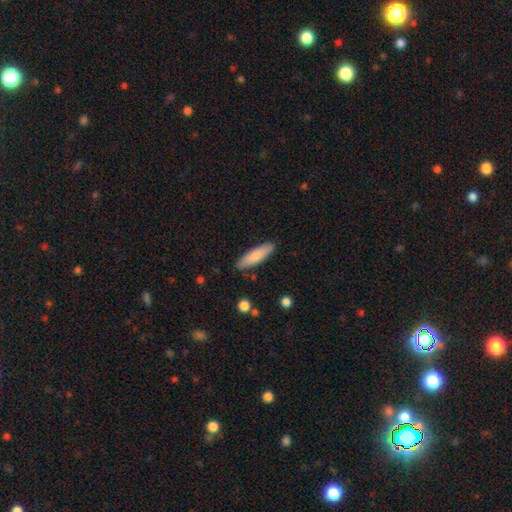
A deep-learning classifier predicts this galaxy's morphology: Smooth or featured? smooth (81%)
How rounded? cigar-shaped (68%)
Merging? none (86%)